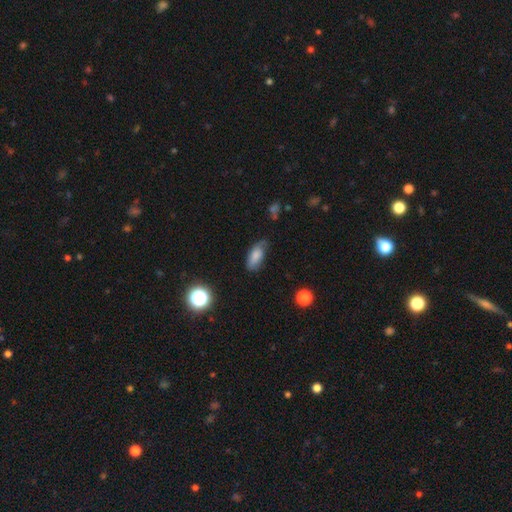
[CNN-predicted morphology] smooth-or-featured: smooth: 74% | featured or disk: 17% | star or artifact: 9%
  how-rounded: in between: 86% | cigar-shaped: 10% | round: 4%
  merging: none: 60% | minor disturbance: 30% | major disturbance: 8% | merger: 2%